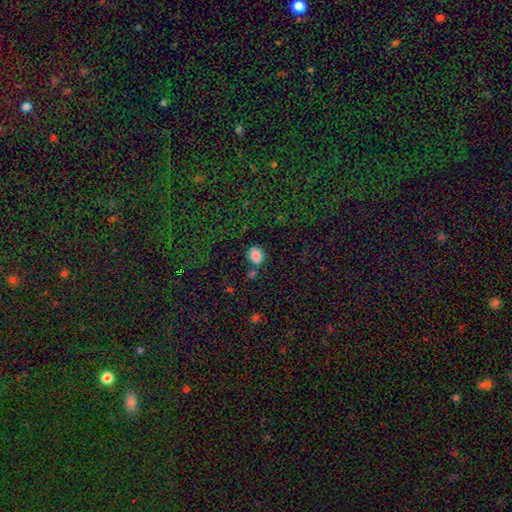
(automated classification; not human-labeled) smooth 84%, star or artifact 11%, featured or disk 5%. Down the decision tree: how rounded — round (59%); merging — none (71%).